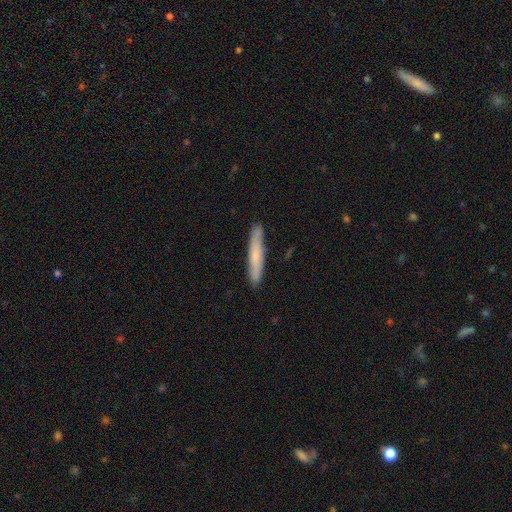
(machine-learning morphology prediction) This appears to be a smooth galaxy with no disk features (63%) that is cigar-shaped (94%). Merging: none (89%).